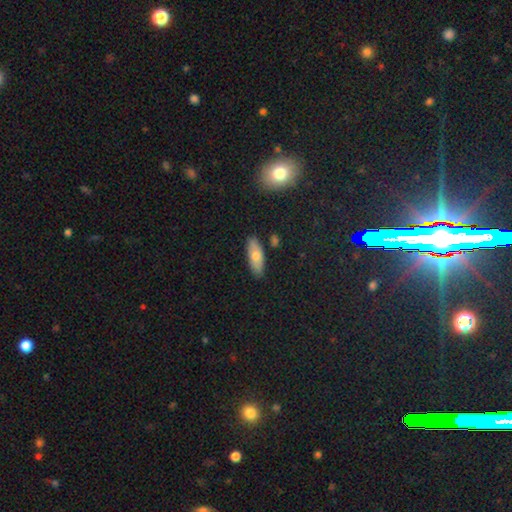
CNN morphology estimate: smooth_or_featured: smooth (p=0.71) [alt: featured or disk p=0.22]
how_rounded: in between (p=0.74) [alt: cigar-shaped p=0.23]
merging: none (p=0.85) [alt: minor disturbance p=0.10]